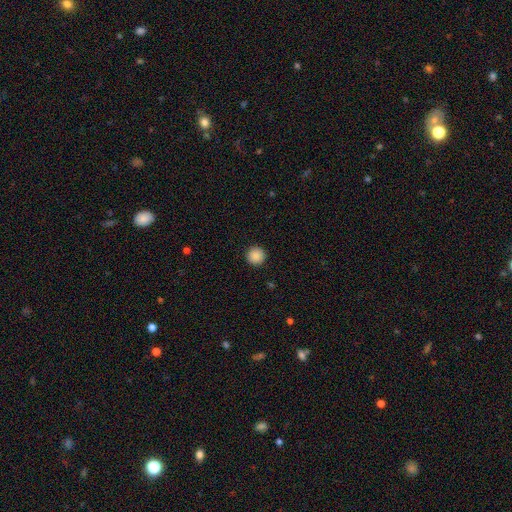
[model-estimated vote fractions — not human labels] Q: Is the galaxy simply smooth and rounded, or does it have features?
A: smooth — 88%.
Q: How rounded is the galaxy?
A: round — 96%.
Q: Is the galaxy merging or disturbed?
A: none — 93%.